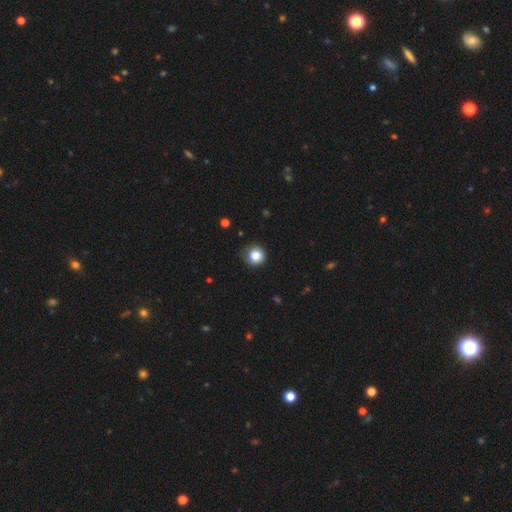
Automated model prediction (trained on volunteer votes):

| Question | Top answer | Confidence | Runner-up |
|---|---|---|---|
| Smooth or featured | smooth | 85% | star or artifact (10%) |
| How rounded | round | 92% | in between (7%) |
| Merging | none | 73% | minor disturbance (20%) |